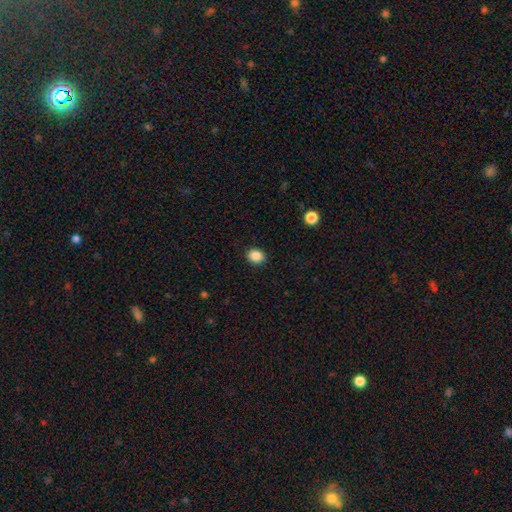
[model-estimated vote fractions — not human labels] Overall: smooth (87%). How rounded: round (52%; in between 47%). Merging: none (90%).